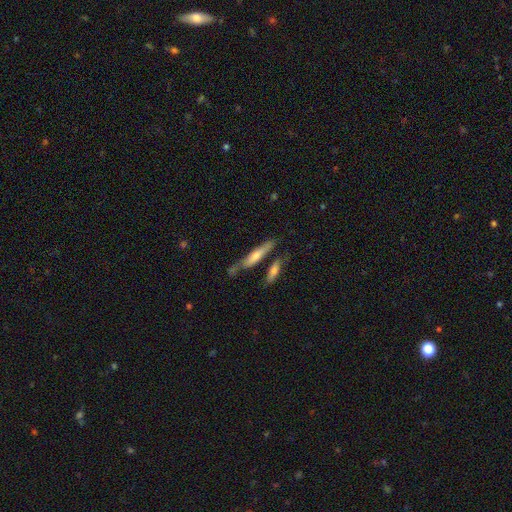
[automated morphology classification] This is possibly a featured or disk galaxy (48%). Merging: likely none (69%).